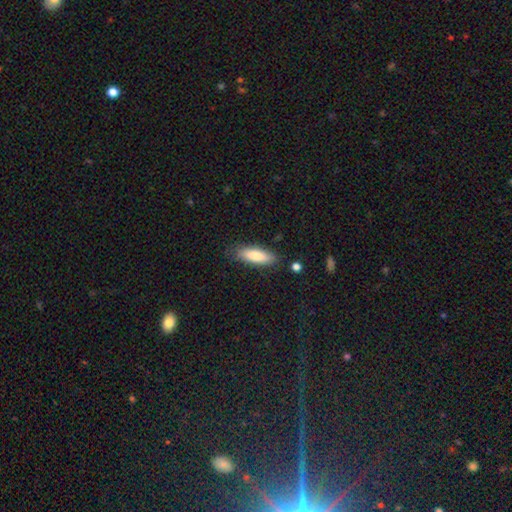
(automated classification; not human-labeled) This is clearly a smooth galaxy (82%). How rounded: possibly in between (52%). Merging: clearly none (83%).